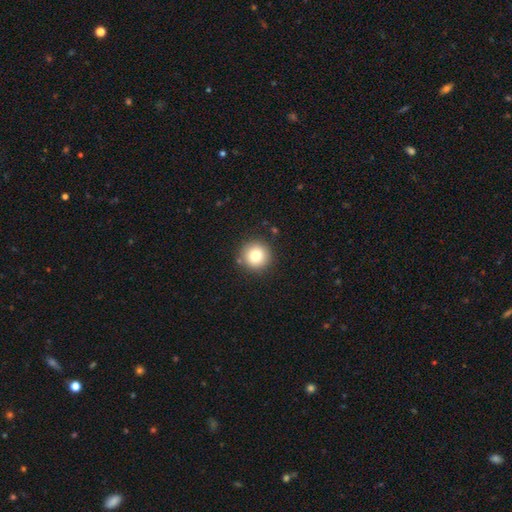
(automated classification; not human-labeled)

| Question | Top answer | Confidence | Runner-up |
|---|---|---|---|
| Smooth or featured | smooth | 79% | star or artifact (11%) |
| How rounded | round | 95% | in between (4%) |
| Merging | none | 88% | minor disturbance (7%) |